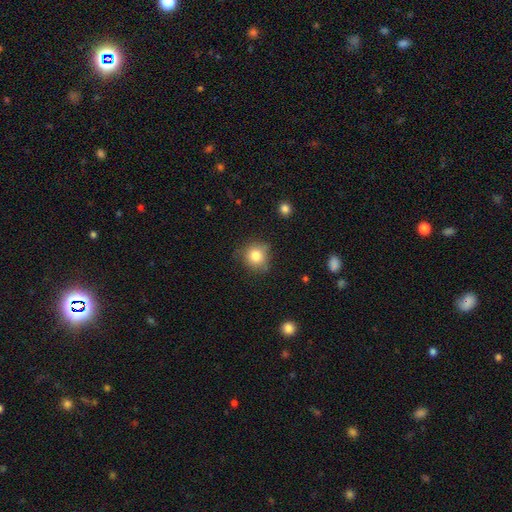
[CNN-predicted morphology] type=smooth (82%); roundness=round (88%); merging=none (74%).